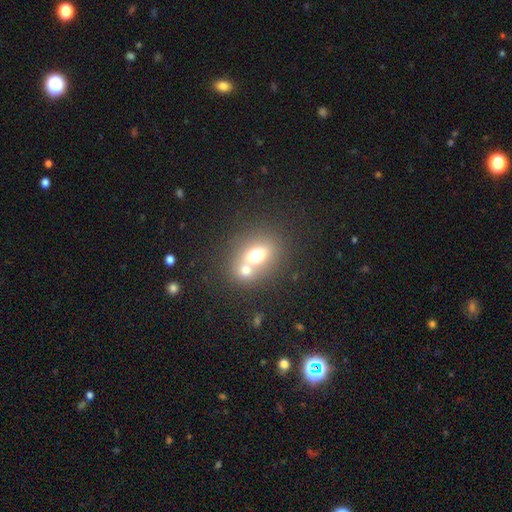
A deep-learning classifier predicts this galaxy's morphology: A smooth galaxy with no disk features (66%) that is in between round and cigar-shaped (54%). Merging: merger (55%).